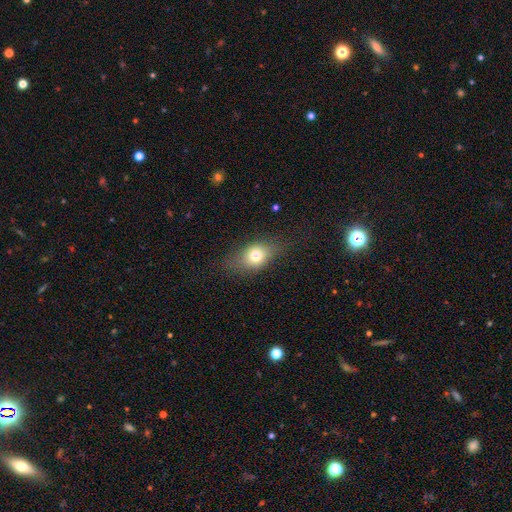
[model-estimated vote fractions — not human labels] A smooth galaxy with no disk features (72%) that is in between round and cigar-shaped (61%). Merging: none (70%).